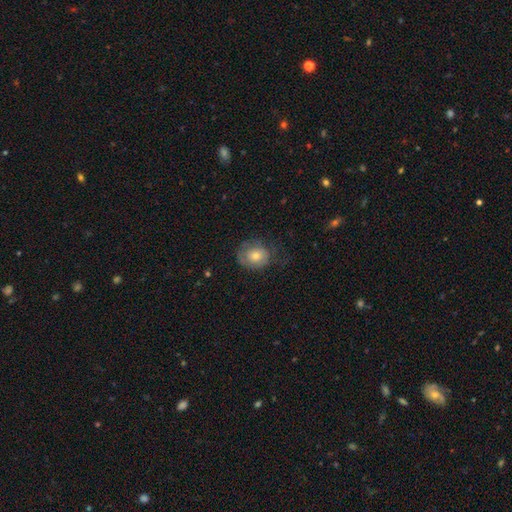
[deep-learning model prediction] A smooth galaxy with no disk features (57%) that is round (66%). Merging: none (59%).